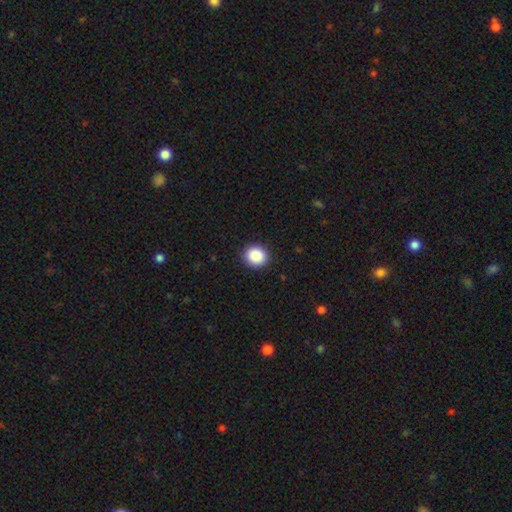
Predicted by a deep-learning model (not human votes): A smooth galaxy with no disk features (88%) that is round (86%).

Vote fractions:
- Smooth or featured? smooth: 88% / star or artifact: 9% / featured or disk: 3%
- How rounded? round: 86% / in between: 13% / cigar-shaped: 1%
- Merging? none: 92% / minor disturbance: 6% / major disturbance: 2% / merger: 1%